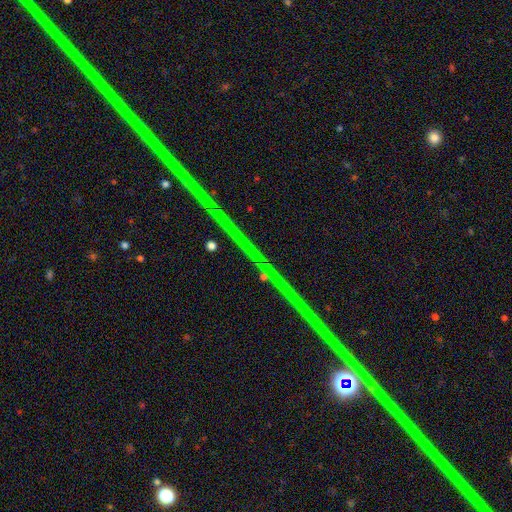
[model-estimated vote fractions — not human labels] This appears to be a star or artifact, not a galaxy (89%).